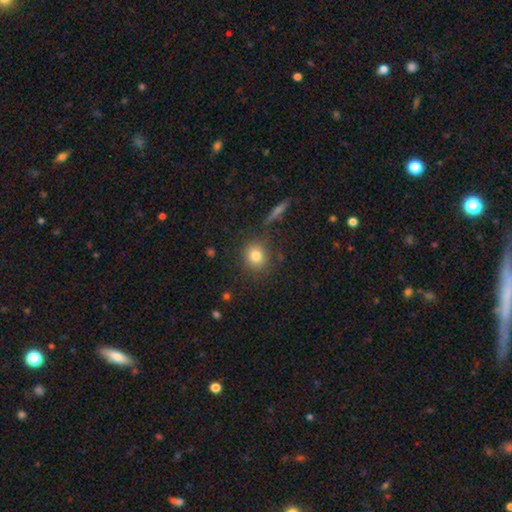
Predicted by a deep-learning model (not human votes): Smooth or featured?
  - smooth: 81% *
  - star or artifact: 11%
  - featured or disk: 8%
How rounded?
  - round: 84% *
  - in between: 14%
  - cigar-shaped: 1%
Merging?
  - none: 82% *
  - minor disturbance: 10%
  - merger: 4%
  - major disturbance: 4%